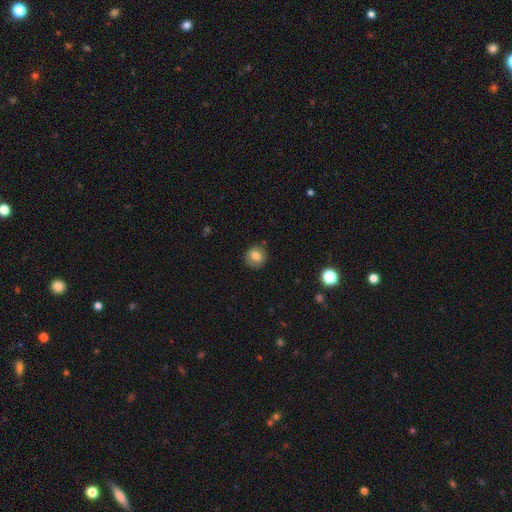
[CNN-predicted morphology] This is likely a smooth galaxy (78%). How rounded: clearly round (84%). Merging: clearly none (84%).